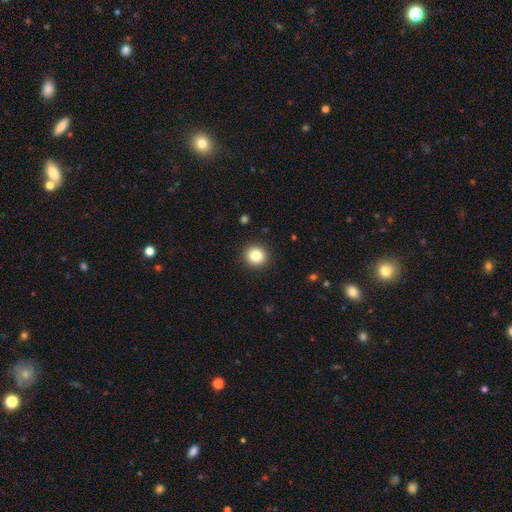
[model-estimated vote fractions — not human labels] Q: Smooth or featured?
A: smooth (84%); runner-up: star or artifact (10%)
Q: How rounded?
A: round (92%); runner-up: in between (7%)
Q: Merging?
A: none (92%); runner-up: minor disturbance (5%)